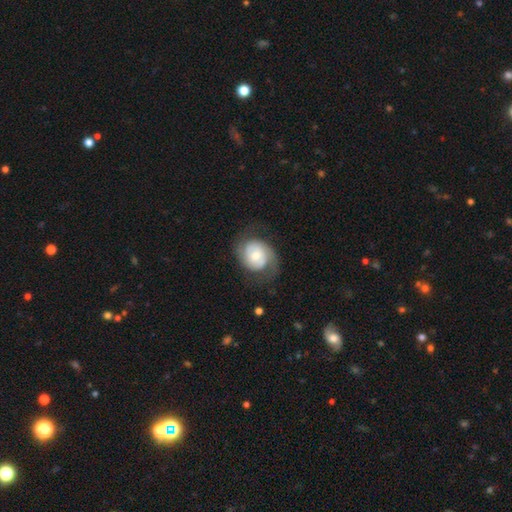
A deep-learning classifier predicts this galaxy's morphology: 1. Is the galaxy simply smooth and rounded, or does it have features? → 63% featured or disk, 31% smooth, 6% star or artifact.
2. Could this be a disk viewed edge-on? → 97% no, 3% yes.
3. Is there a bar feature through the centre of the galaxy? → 69% no, 26% weak, 6% strong.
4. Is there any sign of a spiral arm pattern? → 86% yes, 14% no.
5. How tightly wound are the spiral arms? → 41% tight, 39% medium, 20% loose.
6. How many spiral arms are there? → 73% 2, 14% can't tell, 7% 1, 4% 3, 1% 4, 1% more than 4.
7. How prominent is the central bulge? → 48% moderate, 42% small, 6% large, 2% none, 2% dominant.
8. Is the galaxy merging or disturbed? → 62% none, 21% minor disturbance, 16% major disturbance, 1% merger.